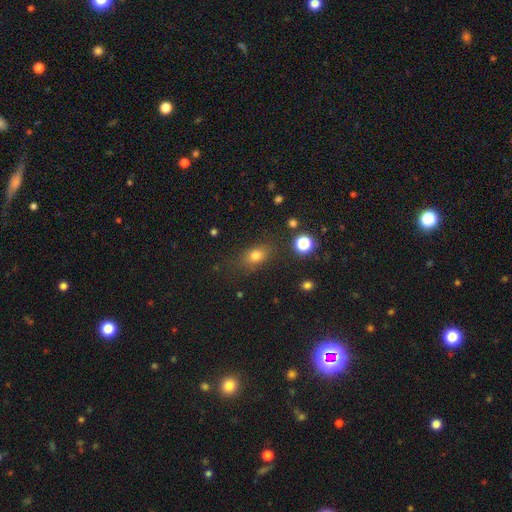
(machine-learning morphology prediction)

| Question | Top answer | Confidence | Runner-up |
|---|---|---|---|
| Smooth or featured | smooth | 75% | star or artifact (15%) |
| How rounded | in between | 66% | round (30%) |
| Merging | none | 78% | minor disturbance (14%) |